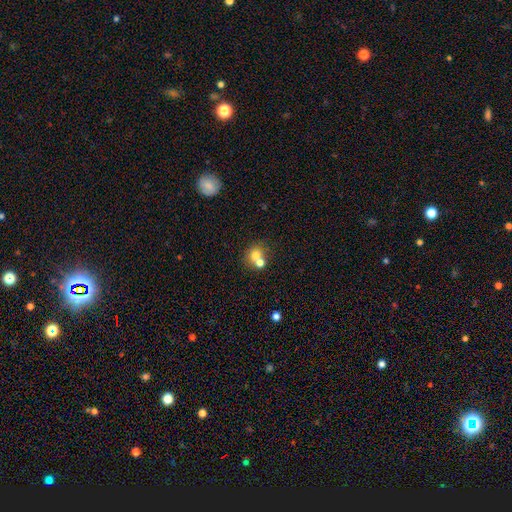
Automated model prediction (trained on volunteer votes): The model was most divided on "merging": merger: 45%, none: 44%, minor disturbance: 7%, major disturbance: 4%. More confident: how rounded — round (78%); smooth or featured — smooth (71%).